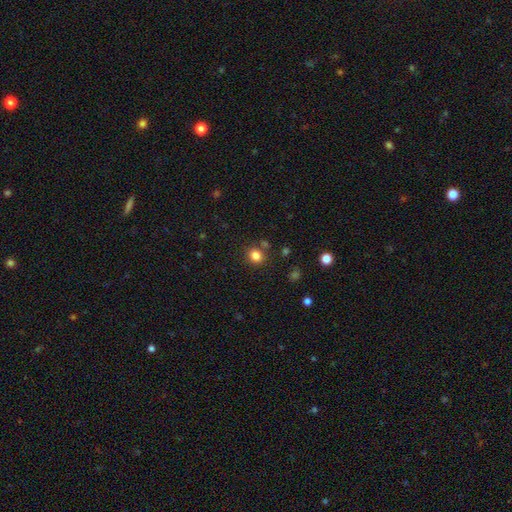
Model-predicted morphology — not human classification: Smooth or featured? smooth (82%)
How rounded? round (79%)
Merging? none (80%)